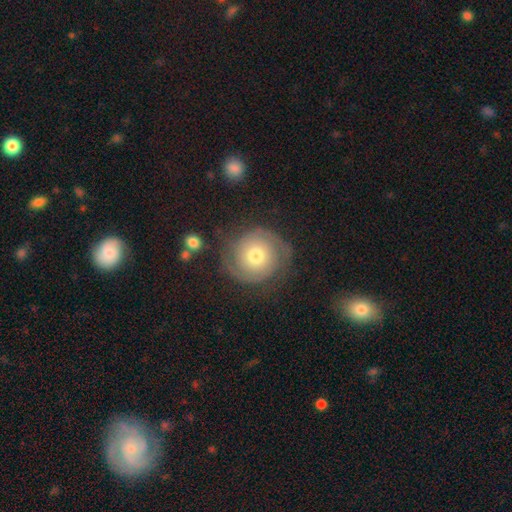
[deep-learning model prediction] smooth_or_featured: featured or disk (p=0.78) [alt: smooth p=0.16]
disk_edge_on: no (p=0.98) [alt: yes p=0.02]
bar: no (p=0.79) [alt: weak p=0.17]
has_spiral_arms: yes (p=0.95) [alt: no p=0.05]
spiral_winding: tight (p=0.63) [alt: medium p=0.28]
spiral_arm_count: 2 (p=0.86) [alt: can't tell p=0.06]
bulge_size: moderate (p=0.72) [alt: small p=0.18]
merging: none (p=0.78) [alt: minor disturbance p=0.13]